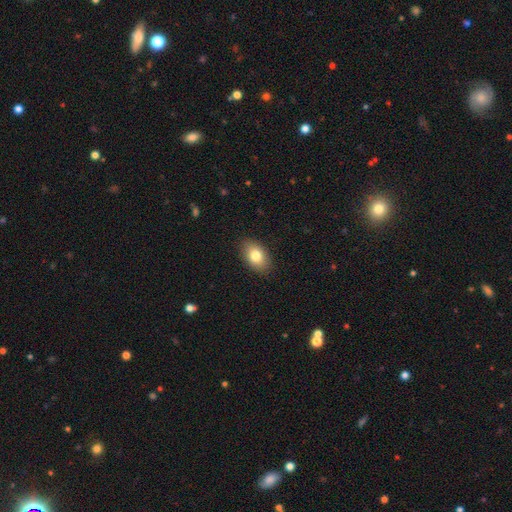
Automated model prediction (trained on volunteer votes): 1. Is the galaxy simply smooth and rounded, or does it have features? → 80% smooth, 12% featured or disk, 8% star or artifact.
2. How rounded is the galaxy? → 89% in between, 9% round, 1% cigar-shaped.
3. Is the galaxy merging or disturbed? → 88% none, 9% minor disturbance, 2% major disturbance, 1% merger.